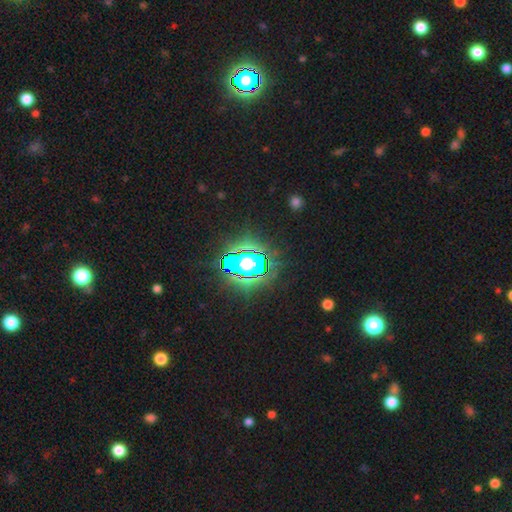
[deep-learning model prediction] Overall: star or artifact (80%).